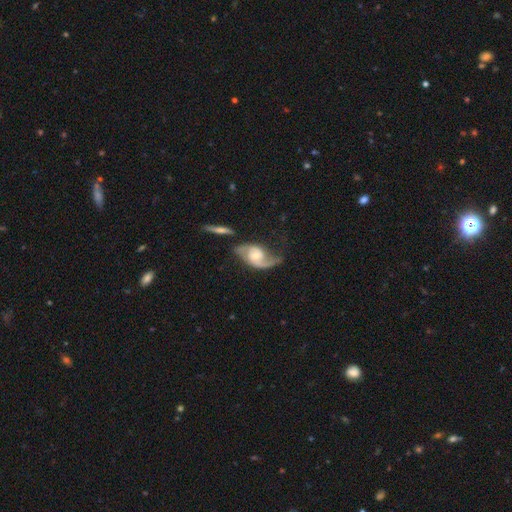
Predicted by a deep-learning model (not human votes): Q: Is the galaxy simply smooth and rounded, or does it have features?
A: featured or disk — 85%.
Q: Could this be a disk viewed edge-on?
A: no — 96%.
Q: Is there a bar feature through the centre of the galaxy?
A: no — 53%.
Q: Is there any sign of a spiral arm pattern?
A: yes — 96%.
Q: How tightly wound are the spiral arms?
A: medium — 44%.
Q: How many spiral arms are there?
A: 2 — 80%.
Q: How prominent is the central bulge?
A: moderate — 45%, tied with small.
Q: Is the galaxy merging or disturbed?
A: none — 48%.